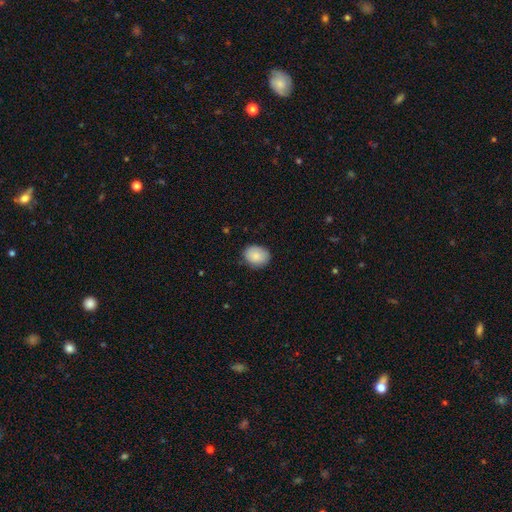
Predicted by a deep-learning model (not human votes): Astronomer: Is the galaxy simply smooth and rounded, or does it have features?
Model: smooth — 86%.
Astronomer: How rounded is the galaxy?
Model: in between — 53% (runner-up: round, 46%).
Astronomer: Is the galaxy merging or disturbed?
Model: none — 82%.